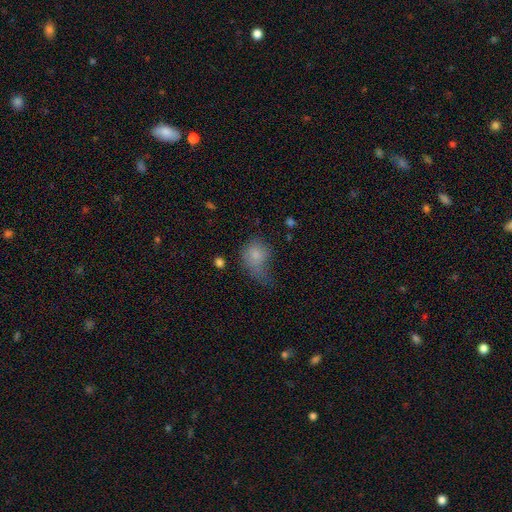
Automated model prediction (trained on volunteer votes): smooth-or-featured: smooth: 75% | featured or disk: 14% | star or artifact: 11%
  how-rounded: round: 56% | in between: 43% | cigar-shaped: 1%
  merging: major disturbance: 44% | minor disturbance: 27% | none: 23% | merger: 6%